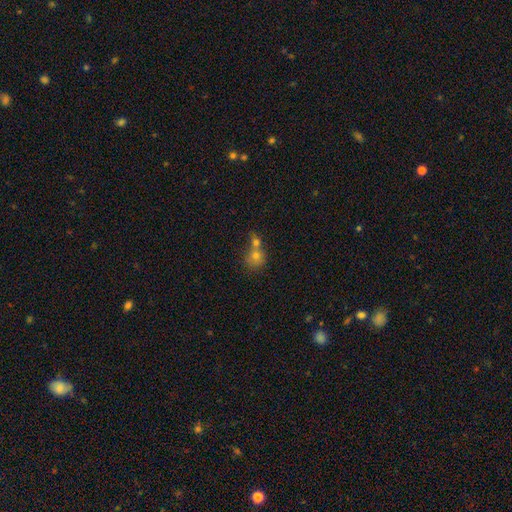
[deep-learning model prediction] Smooth or featured: smooth — 68% (featured or disk — 16%)
How rounded: round — 78% (in between — 21%)
Merging: merger — 54% (none — 34%)